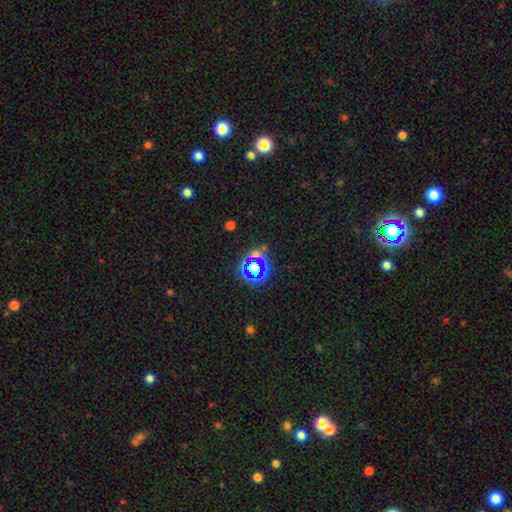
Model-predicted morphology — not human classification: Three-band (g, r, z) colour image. It shows a star or artifact, not a galaxy (63%).